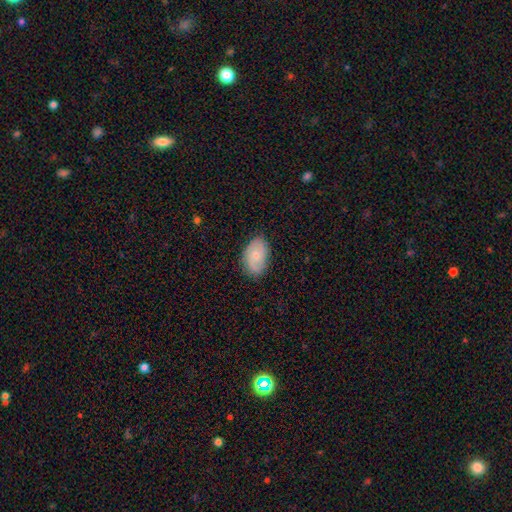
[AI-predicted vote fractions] smooth 61%, featured or disk 33%, star or artifact 7%. Down the decision tree: how rounded — in between (89%); merging — none (78%).